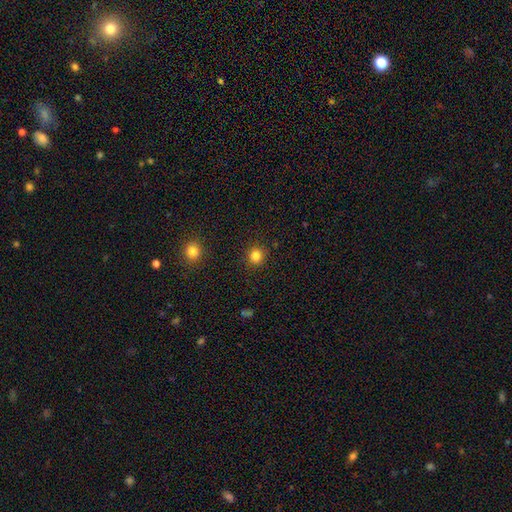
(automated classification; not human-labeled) Q: Smooth or featured?
A: smooth (82%); runner-up: star or artifact (13%)
Q: How rounded?
A: round (92%); runner-up: in between (7%)
Q: Merging?
A: none (90%); runner-up: minor disturbance (6%)